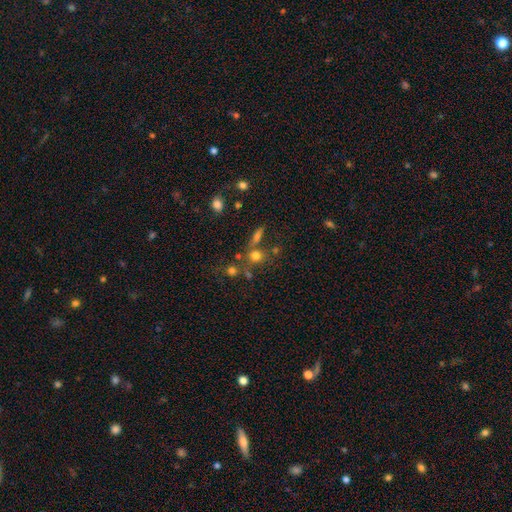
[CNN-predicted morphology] Smooth or featured: smooth — 70% (star or artifact — 17%)
How rounded: round — 76% (in between — 21%)
Merging: none — 58% (merger — 25%)